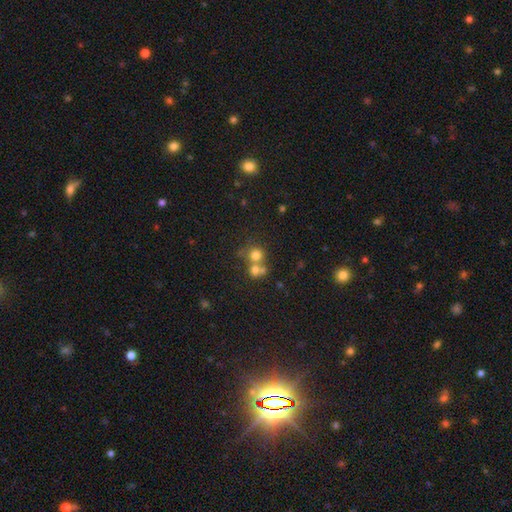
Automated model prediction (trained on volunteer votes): Q: Smooth or featured?
A: smooth (71%); runner-up: star or artifact (15%)
Q: How rounded?
A: round (87%); runner-up: in between (12%)
Q: Merging?
A: merger (48%); runner-up: none (43%)